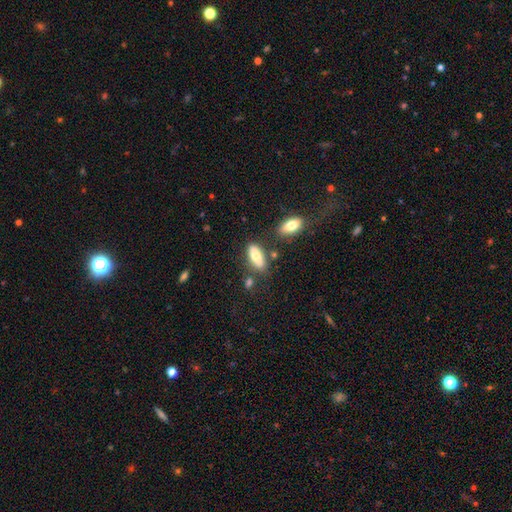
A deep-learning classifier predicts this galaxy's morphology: Smooth or featured? Predicted: smooth (p=0.73). How rounded? Predicted: in between (p=0.72). Merging? Predicted: none (p=0.67).